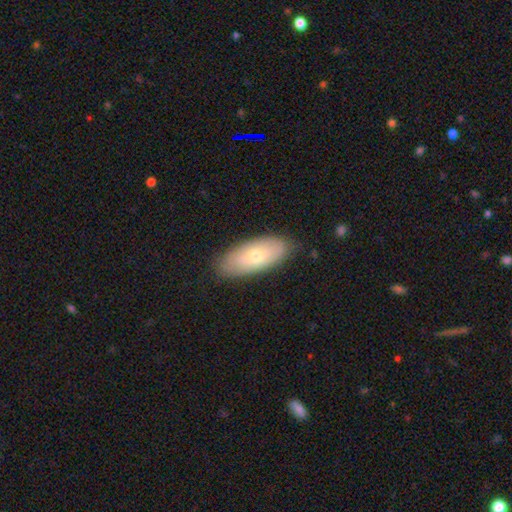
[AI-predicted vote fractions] Smooth or featured? Predicted: smooth (p=0.62). How rounded? Predicted: in between (p=0.85). Merging? Predicted: none (p=0.84).